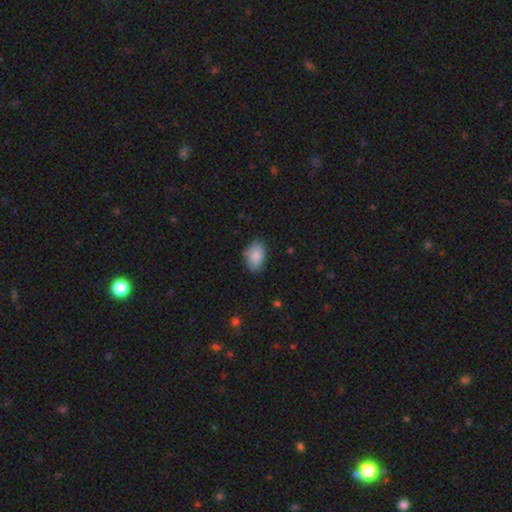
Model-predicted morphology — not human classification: Q: Smooth or featured?
A: smooth (87%); runner-up: star or artifact (7%)
Q: How rounded?
A: in between (87%); runner-up: round (12%)
Q: Merging?
A: none (74%); runner-up: minor disturbance (21%)